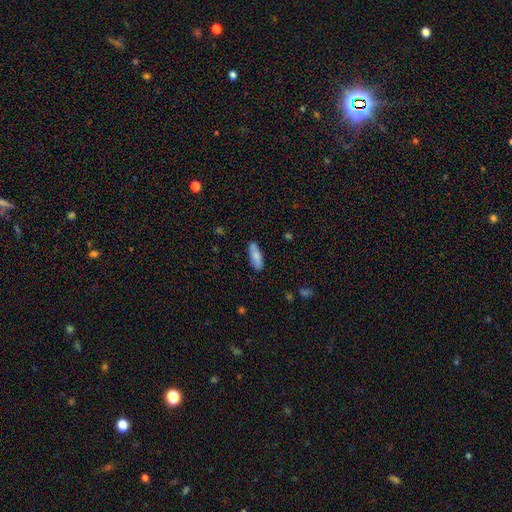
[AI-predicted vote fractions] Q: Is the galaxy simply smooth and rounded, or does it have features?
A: smooth — 80%.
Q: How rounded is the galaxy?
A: in between — 56%.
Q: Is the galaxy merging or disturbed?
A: none — 80%.